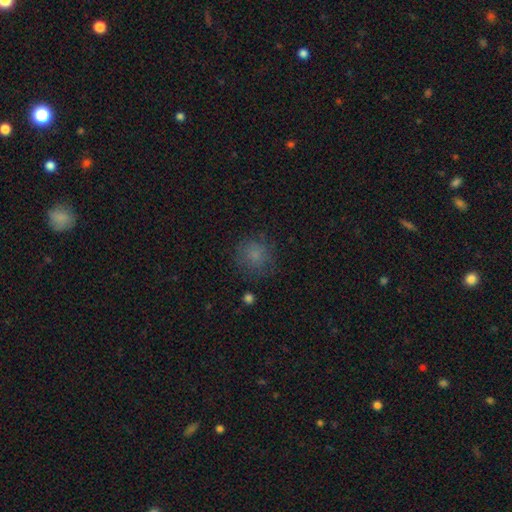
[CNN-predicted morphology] Smooth or featured? smooth (78%)
How rounded? round (88%)
Merging? none (76%)